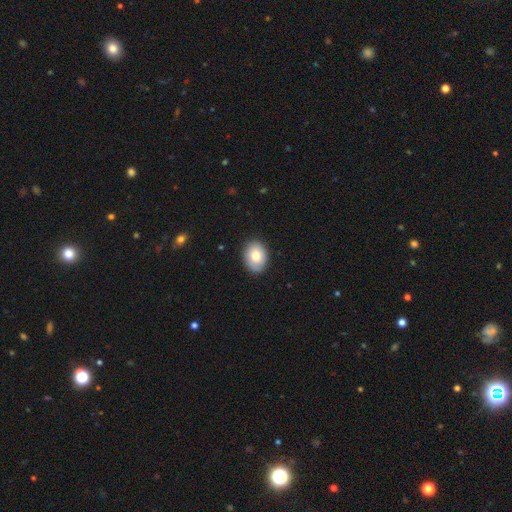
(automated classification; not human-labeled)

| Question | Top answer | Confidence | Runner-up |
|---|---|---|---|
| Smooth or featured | smooth | 78% | featured or disk (15%) |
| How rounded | in between | 68% | round (31%) |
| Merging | none | 86% | minor disturbance (11%) |